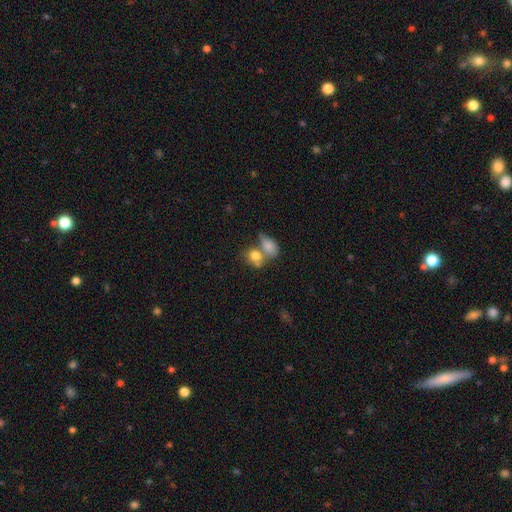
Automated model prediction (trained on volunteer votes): This is likely a smooth galaxy (79%). How rounded: likely in between (61%). Merging: possibly merger (54%).